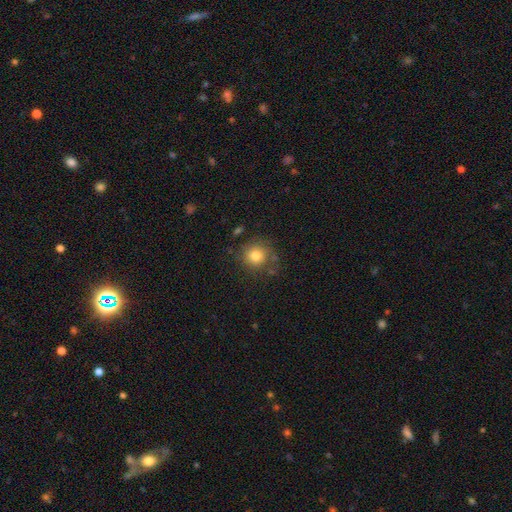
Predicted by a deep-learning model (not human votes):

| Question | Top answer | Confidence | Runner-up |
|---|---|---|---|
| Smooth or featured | smooth | 80% | star or artifact (11%) |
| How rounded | round | 91% | in between (8%) |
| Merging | none | 78% | minor disturbance (13%) |